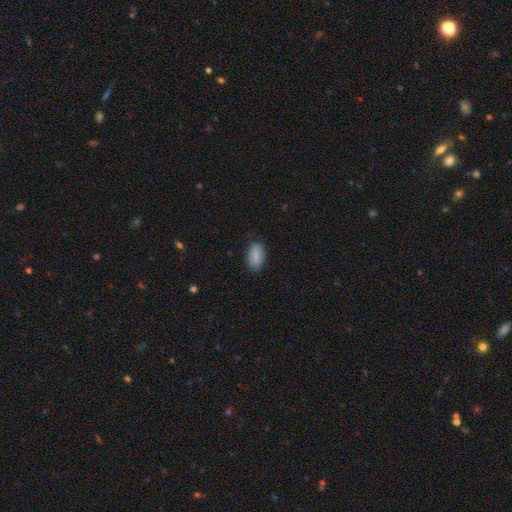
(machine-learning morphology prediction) smooth 82%, featured or disk 11%, star or artifact 7%. Down the decision tree: how rounded — in between (93%); merging — none (82%).